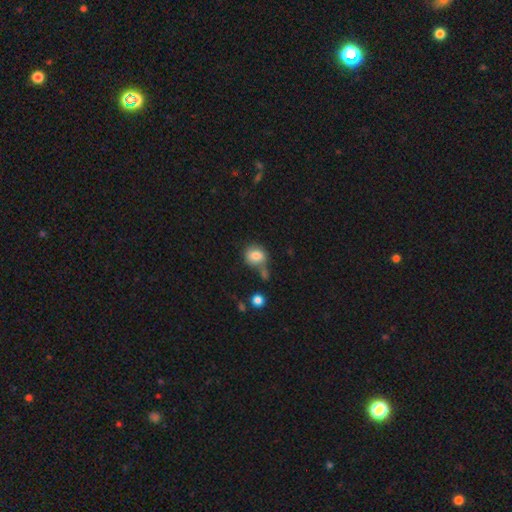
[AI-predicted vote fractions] The model was most divided on "merging": none: 51%, merger: 23%, minor disturbance: 19%, major disturbance: 7%. More confident: smooth or featured — smooth (80%); how rounded — round (72%).